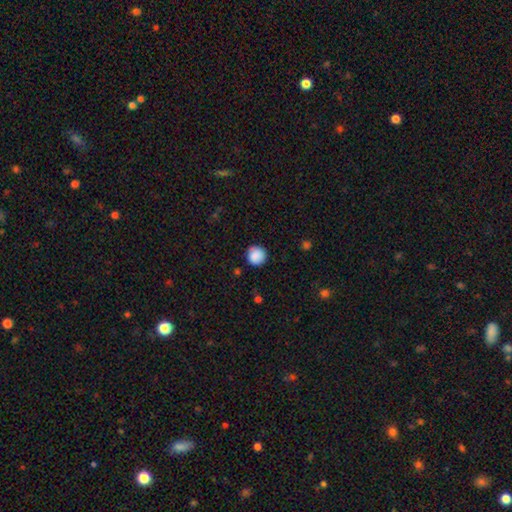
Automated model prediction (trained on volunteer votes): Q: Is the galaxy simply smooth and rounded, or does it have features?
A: smooth — 88%.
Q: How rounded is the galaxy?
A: round — 94%.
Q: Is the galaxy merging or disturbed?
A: none — 86%.